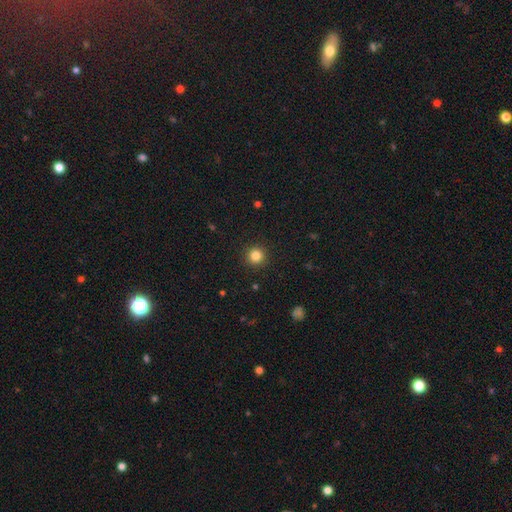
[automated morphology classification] Smooth or featured? Predicted: smooth (p=0.83). How rounded? Predicted: round (p=0.95). Merging? Predicted: none (p=0.92).